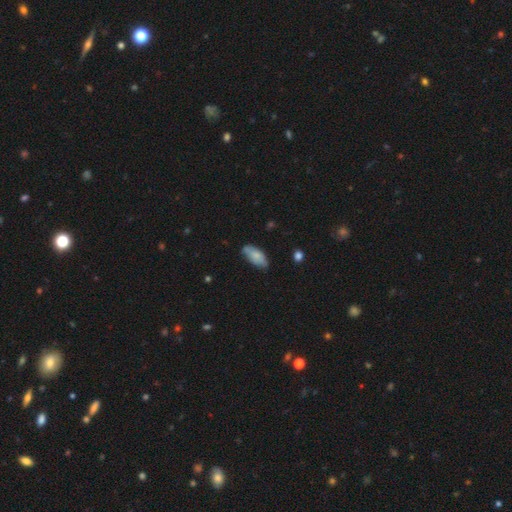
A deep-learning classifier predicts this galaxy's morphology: The model was most divided on "merging": none: 62%, minor disturbance: 29%, major disturbance: 5%, merger: 3%. More confident: how rounded — in between (88%); smooth or featured — smooth (74%).